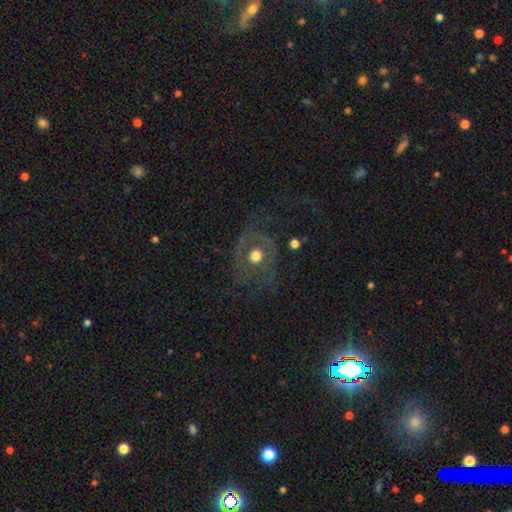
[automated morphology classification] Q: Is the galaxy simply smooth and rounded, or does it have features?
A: featured or disk — 52%.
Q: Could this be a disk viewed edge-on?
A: no — 95%.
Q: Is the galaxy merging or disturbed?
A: none — 62%.